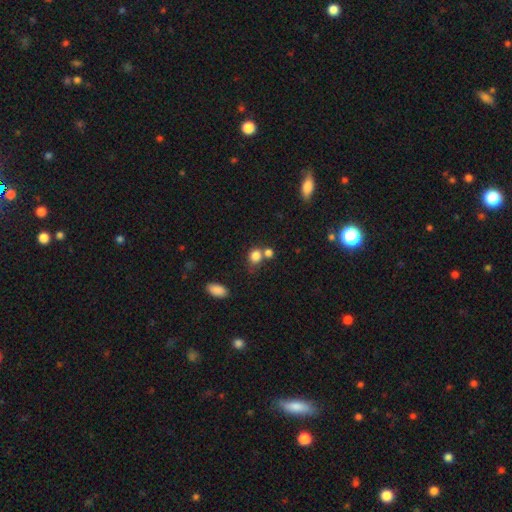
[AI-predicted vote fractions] smooth 82%, star or artifact 11%, featured or disk 6%. Down the decision tree: how rounded — round (69%); merging — none (50%).